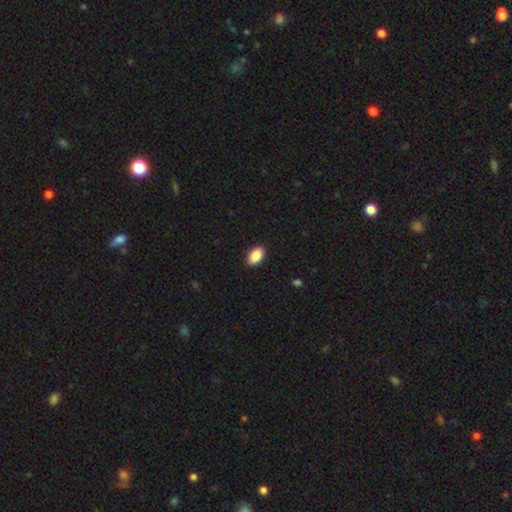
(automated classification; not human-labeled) The model was most divided on "smooth or featured": smooth: 89%, star or artifact: 7%, featured or disk: 4%. More confident: how rounded — in between (94%); merging — none (91%).